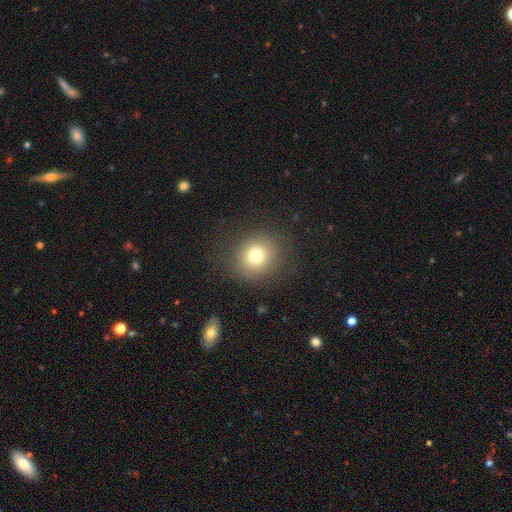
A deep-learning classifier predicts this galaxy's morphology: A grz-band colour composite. It shows a smooth galaxy with no disk features (76%) that is round (87%). Merging: none (84%).